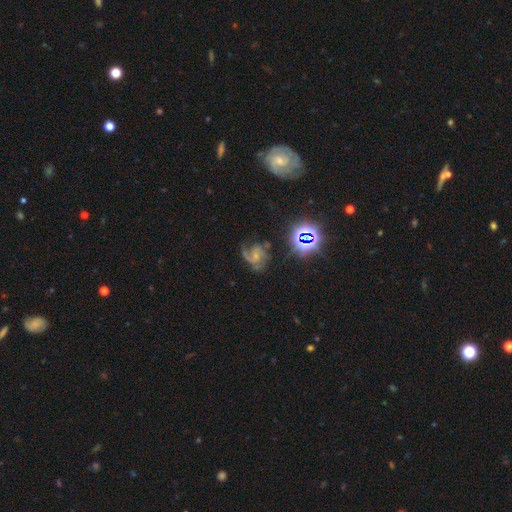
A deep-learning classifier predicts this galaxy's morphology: This appears to be a featured or disk galaxy (75%) with no bar (59%), 2 (57%) medium (51%) spiral arms (95%) and a small central bulge (60%). Merging: none (50%).